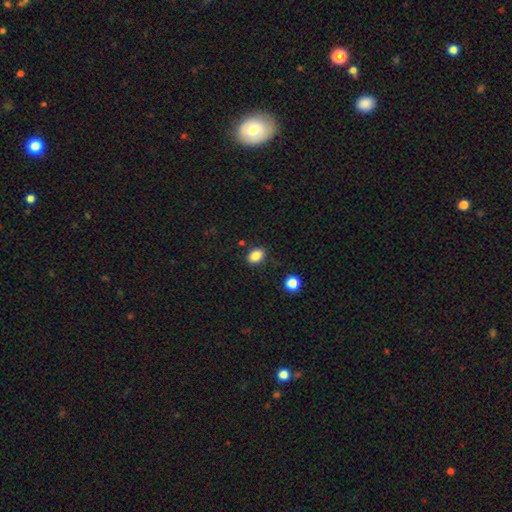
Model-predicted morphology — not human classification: Smooth or featured: smooth — 85% (star or artifact — 10%)
How rounded: in between — 78% (round — 21%)
Merging: none — 84% (minor disturbance — 11%)